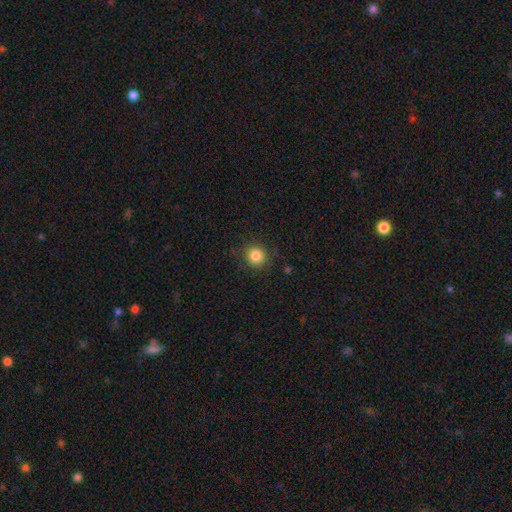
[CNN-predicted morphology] type=smooth (84%); roundness=round (92%); merging=none (88%).